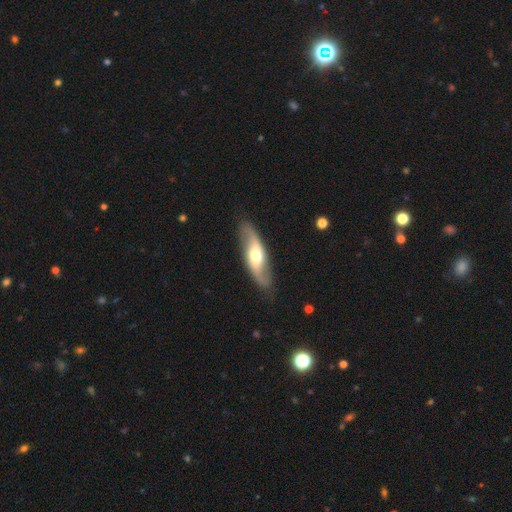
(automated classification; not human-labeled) featured or disk 72%, smooth 23%, star or artifact 5%. Down the decision tree: edge-on disk — no (82%); bar — no (49%); spiral arms — yes (88%); spiral arm count — 2 (91%); spiral winding — loose (66%); bulge size — moderate (67%); merging — none (84%).